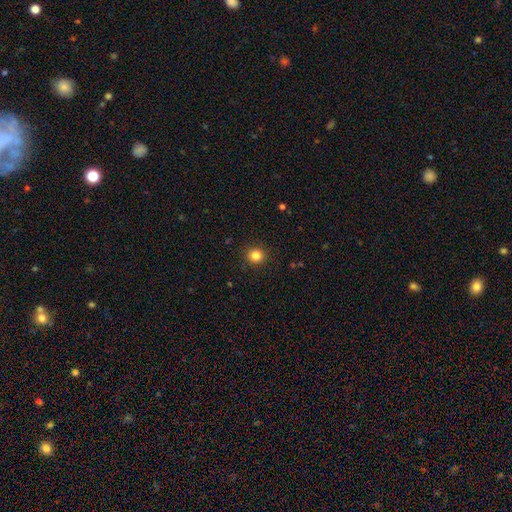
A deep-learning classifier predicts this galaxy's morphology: smooth_or_featured: smooth (p=0.83) [alt: star or artifact p=0.12]
how_rounded: round (p=0.88) [alt: in between p=0.11]
merging: none (p=0.91) [alt: minor disturbance p=0.06]